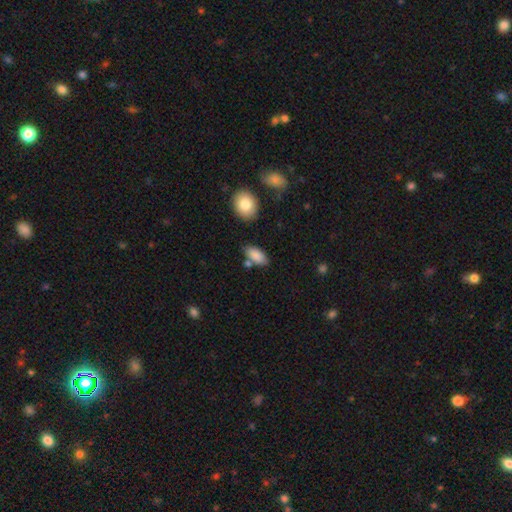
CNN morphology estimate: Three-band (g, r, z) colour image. It shows a smooth galaxy with no disk features (87%) that is in between round and cigar-shaped (92%). Merging: none (72%).